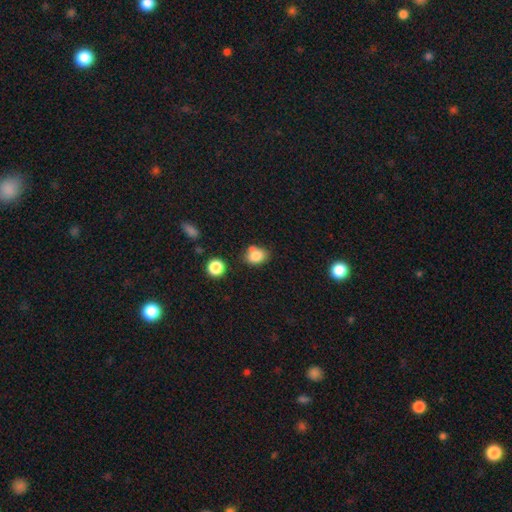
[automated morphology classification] Q: Smooth or featured?
A: smooth (81%); runner-up: star or artifact (11%)
Q: How rounded?
A: in between (56%); runner-up: round (43%)
Q: Merging?
A: none (58%); runner-up: minor disturbance (20%)